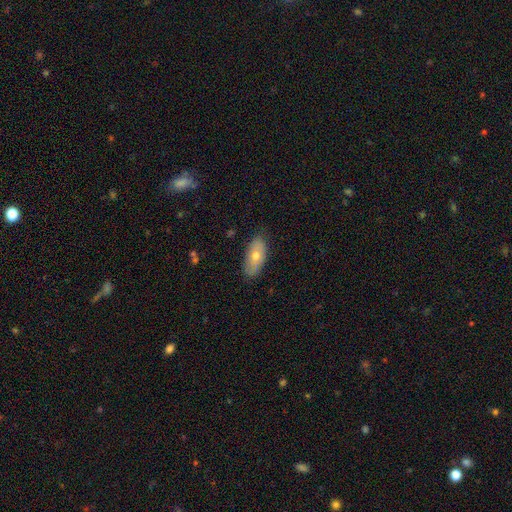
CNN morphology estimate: Smooth or featured? Predicted: smooth (p=0.57). How rounded? Predicted: in between (p=0.87). Merging? Predicted: none (p=0.80).